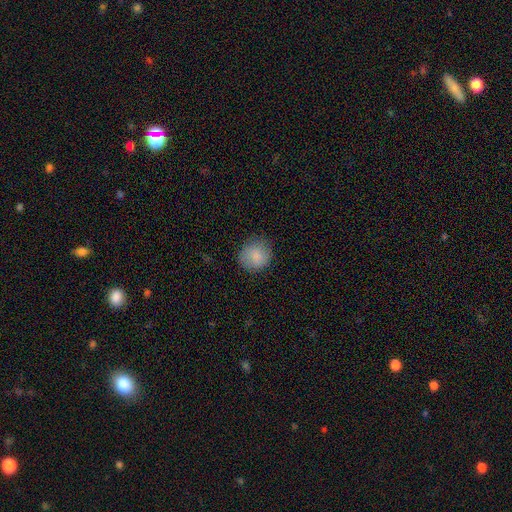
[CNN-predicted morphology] Smooth or featured? Predicted: smooth (p=0.85). How rounded? Predicted: round (p=0.86). Merging? Predicted: none (p=0.82).